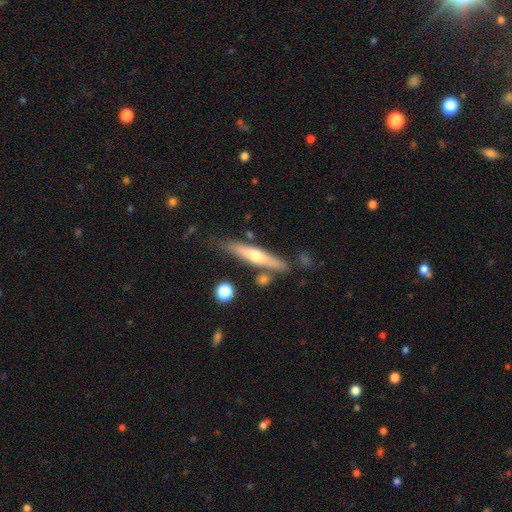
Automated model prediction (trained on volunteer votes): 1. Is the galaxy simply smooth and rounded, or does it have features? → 52% featured or disk, 42% smooth, 6% star or artifact.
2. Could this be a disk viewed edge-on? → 89% yes, 11% no.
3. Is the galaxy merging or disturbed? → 76% none, 14% minor disturbance, 7% merger, 3% major disturbance.